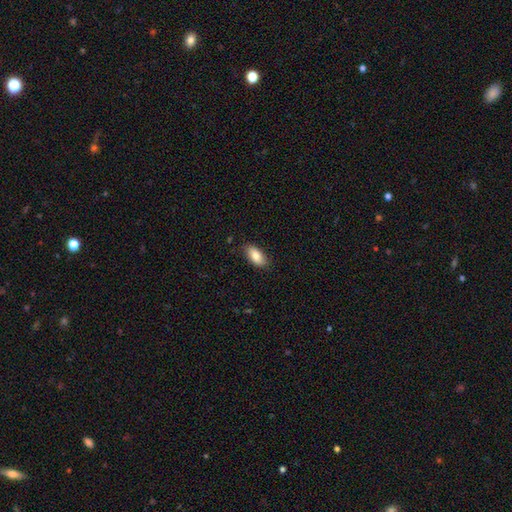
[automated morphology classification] Smooth or featured? smooth (83%)
How rounded? in between (91%)
Merging? none (83%)